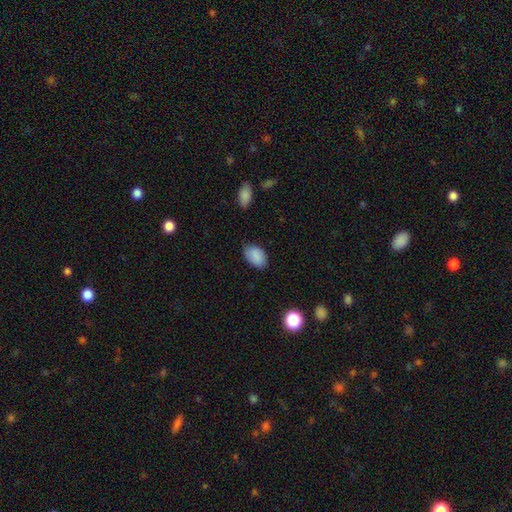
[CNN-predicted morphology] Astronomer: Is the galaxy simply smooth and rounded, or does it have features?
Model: smooth — 88%.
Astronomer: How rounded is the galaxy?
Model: in between — 89%.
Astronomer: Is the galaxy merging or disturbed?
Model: none — 79%.